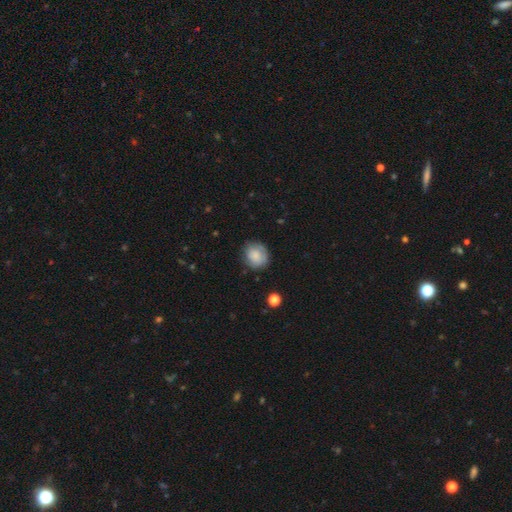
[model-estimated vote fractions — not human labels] A smooth galaxy with no disk features (77%) that is round (70%).

Vote fractions:
- Smooth or featured? smooth: 77% / featured or disk: 15% / star or artifact: 8%
- How rounded? round: 70% / in between: 30% / cigar-shaped: 1%
- Merging? none: 73% / minor disturbance: 20% / major disturbance: 6% / merger: 2%